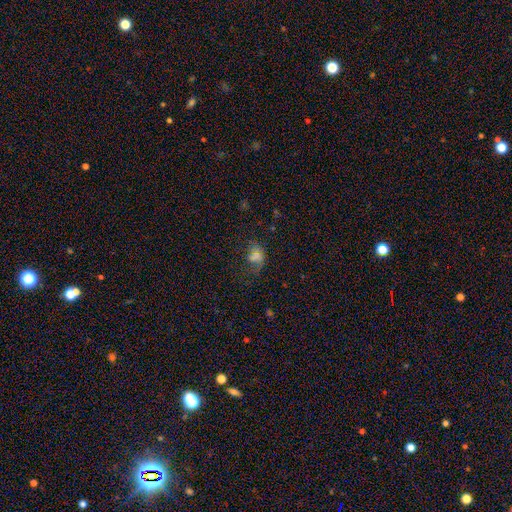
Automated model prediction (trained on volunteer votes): smooth_or_featured: smooth (p=0.57) [alt: featured or disk p=0.22]
how_rounded: in between (p=0.75) [alt: round p=0.23]
merging: major disturbance (p=0.35) [alt: none p=0.34]